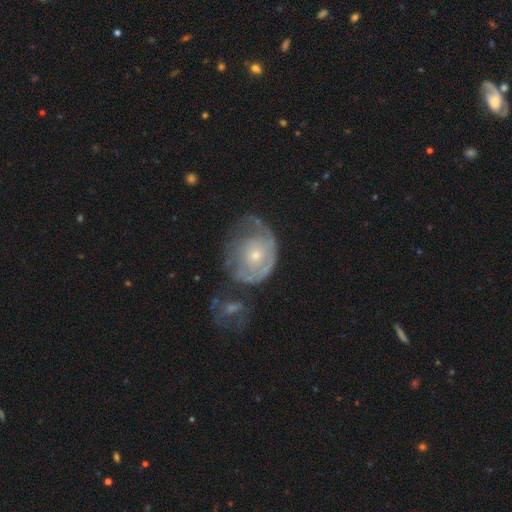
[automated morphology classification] This is likely a featured or disk galaxy (67%). It is clearly not viewed edge-on (96%). Bar: clearly no (83%). Spiral arm pattern: likely yes (69%). Central bulge: likely small (66%). Merging: marginally none (33%).